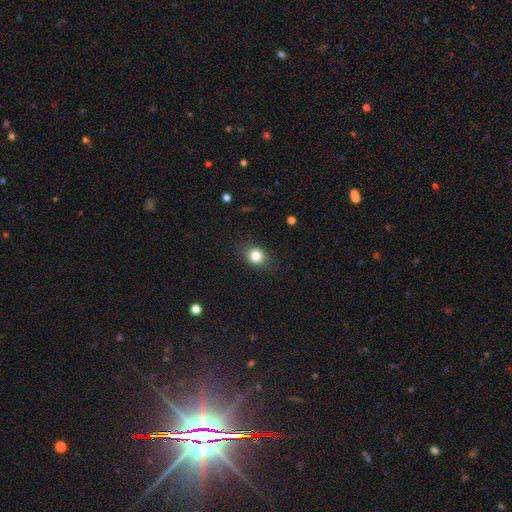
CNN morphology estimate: smooth-or-featured: smooth: 83% | star or artifact: 11% | featured or disk: 6%
  how-rounded: round: 64% | in between: 35% | cigar-shaped: 1%
  merging: none: 84% | minor disturbance: 12% | major disturbance: 3% | merger: 1%